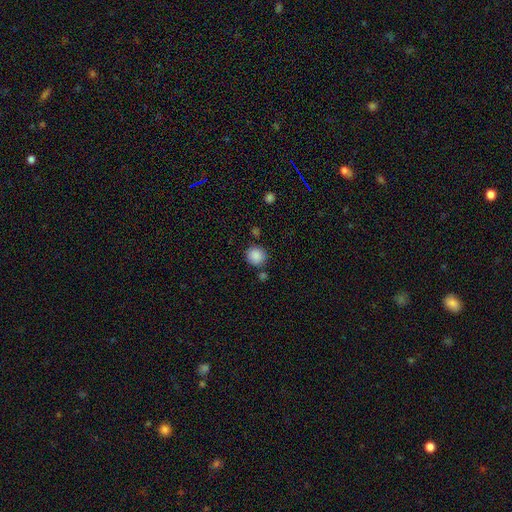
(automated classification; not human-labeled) This appears to be a smooth galaxy with no disk features (88%) that is round (91%). Merging: none (81%).